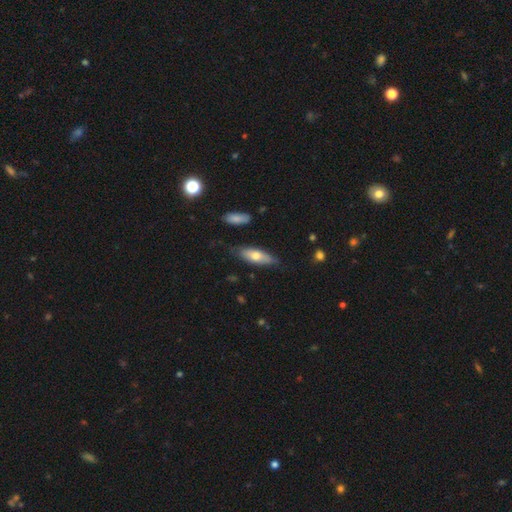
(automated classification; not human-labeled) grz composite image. It shows a smooth galaxy with no disk features (65%) that is in between round and cigar-shaped (62%). Merging: none (74%).